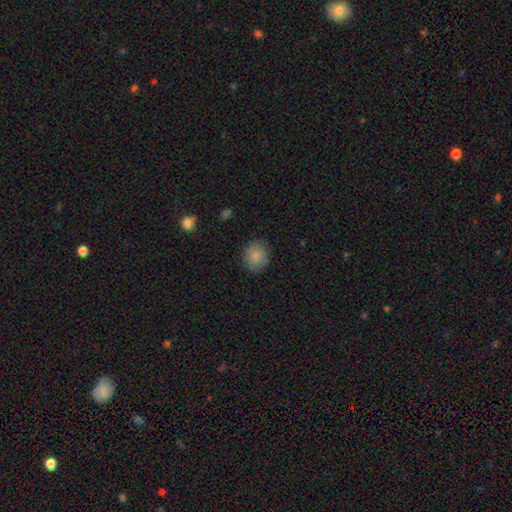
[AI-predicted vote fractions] The model was most divided on "how rounded": round: 67%, in between: 32%, cigar-shaped: 1%. More confident: smooth or featured — smooth (84%); merging — none (83%).